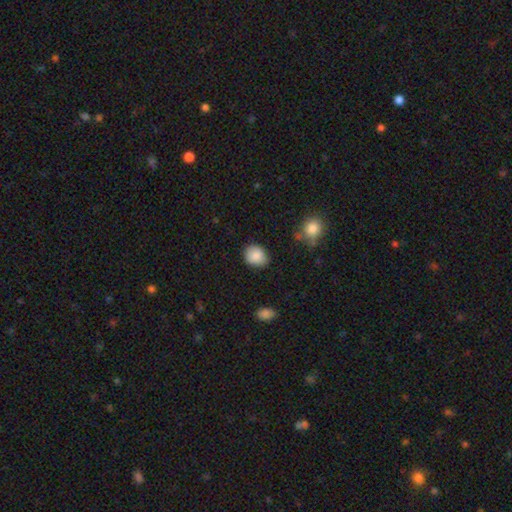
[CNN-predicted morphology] Smooth or featured: smooth — 86% (star or artifact — 8%)
How rounded: round — 57% (in between — 42%)
Merging: none — 79% (minor disturbance — 16%)